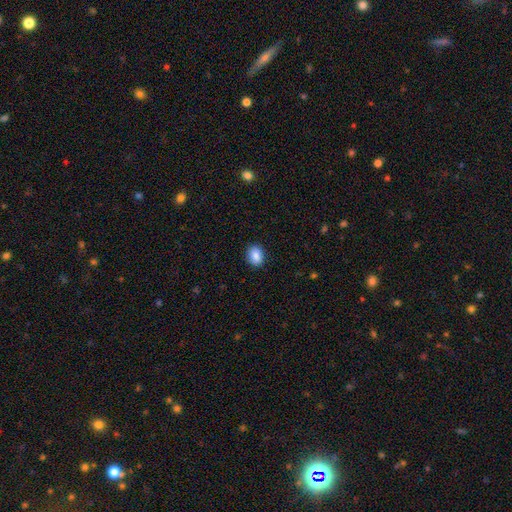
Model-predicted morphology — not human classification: Smooth or featured?
  - smooth: 89% *
  - star or artifact: 8%
  - featured or disk: 4%
How rounded?
  - in between: 62% *
  - round: 37%
  - cigar-shaped: 1%
Merging?
  - none: 89% *
  - minor disturbance: 8%
  - major disturbance: 2%
  - merger: 1%